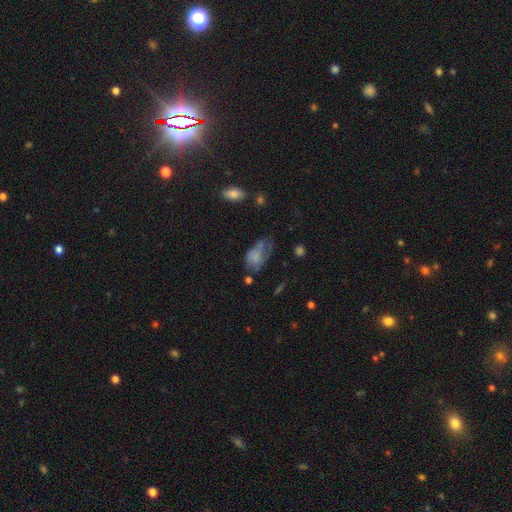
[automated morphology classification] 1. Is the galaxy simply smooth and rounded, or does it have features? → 64% smooth, 26% featured or disk, 10% star or artifact.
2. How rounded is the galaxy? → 86% in between, 12% round, 2% cigar-shaped.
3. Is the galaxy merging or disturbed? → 38% major disturbance, 30% minor disturbance, 24% none, 8% merger.